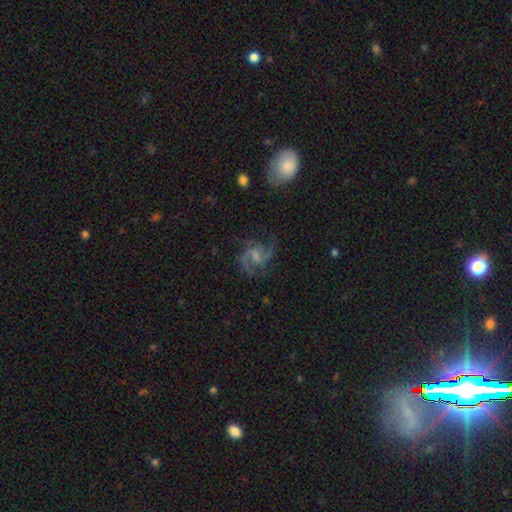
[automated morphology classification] featured or disk 88%, star or artifact 6%, smooth 6%. Down the decision tree: edge-on disk — no (98%); bar — weak (55%); spiral arms — yes (98%); spiral arm count — 2 (52%); spiral winding — medium (58%); bulge size — none (38%); merging — none (68%).